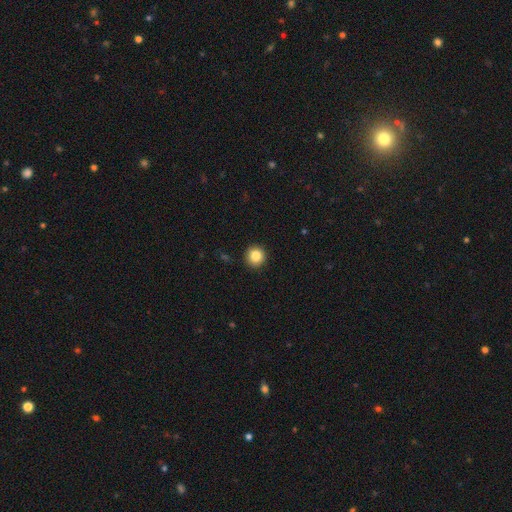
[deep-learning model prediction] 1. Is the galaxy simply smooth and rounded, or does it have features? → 85% smooth, 10% star or artifact, 5% featured or disk.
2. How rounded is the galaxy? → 94% round, 5% in between, 1% cigar-shaped.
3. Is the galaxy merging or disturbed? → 92% none, 5% minor disturbance, 2% major disturbance, 1% merger.